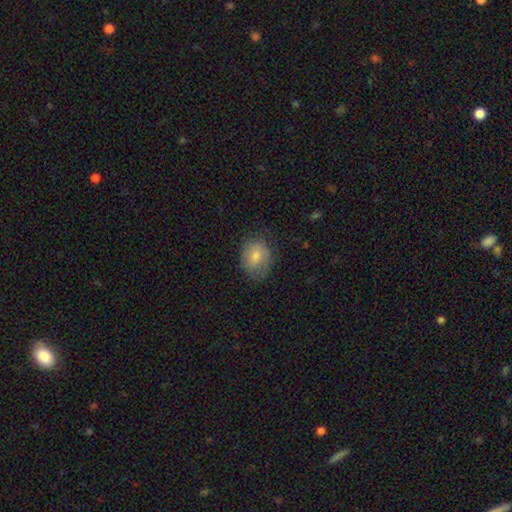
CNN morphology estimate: smooth 73%, featured or disk 18%, star or artifact 9%. Down the decision tree: how rounded — round (51%); merging — none (72%).